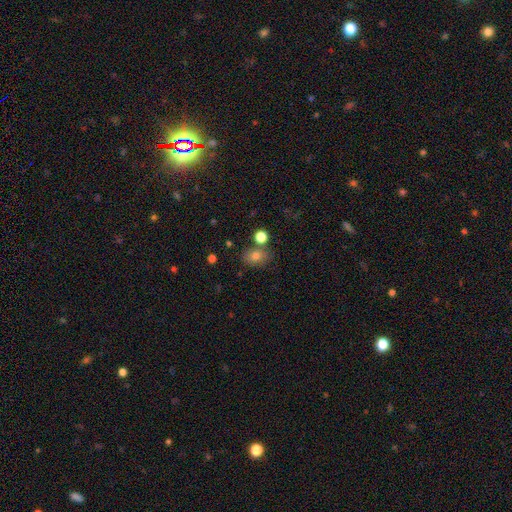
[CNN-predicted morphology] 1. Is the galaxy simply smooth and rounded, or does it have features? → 77% smooth, 12% star or artifact, 11% featured or disk.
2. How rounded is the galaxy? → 62% in between, 37% round, 1% cigar-shaped.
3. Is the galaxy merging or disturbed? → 69% none, 14% minor disturbance, 13% merger, 4% major disturbance.